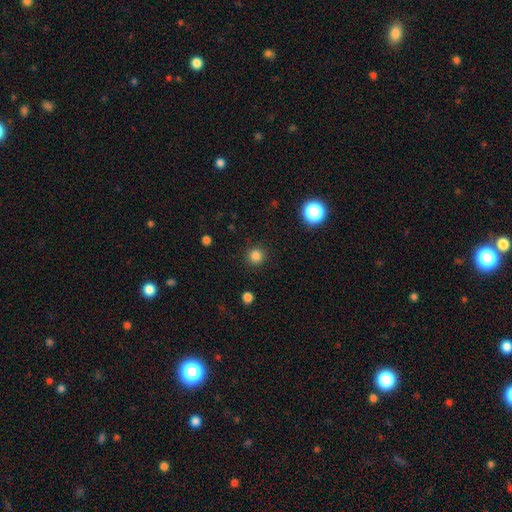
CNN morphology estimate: Smooth or featured?
  - smooth: 83% *
  - star or artifact: 13%
  - featured or disk: 4%
How rounded?
  - round: 94% *
  - in between: 5%
  - cigar-shaped: 1%
Merging?
  - none: 91% *
  - minor disturbance: 5%
  - major disturbance: 2%
  - merger: 1%